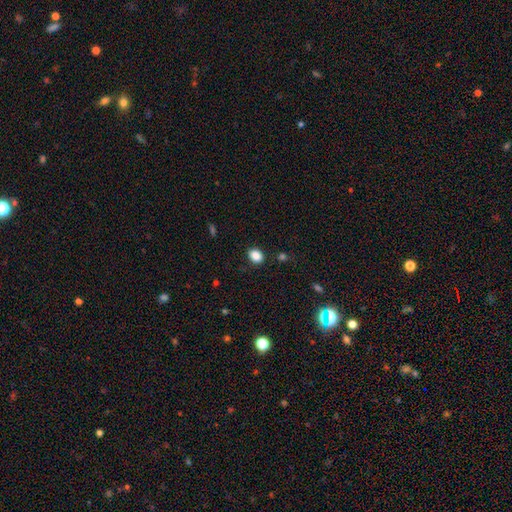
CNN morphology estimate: Smooth or featured? smooth (86%)
How rounded? in between (66%)
Merging? none (86%)